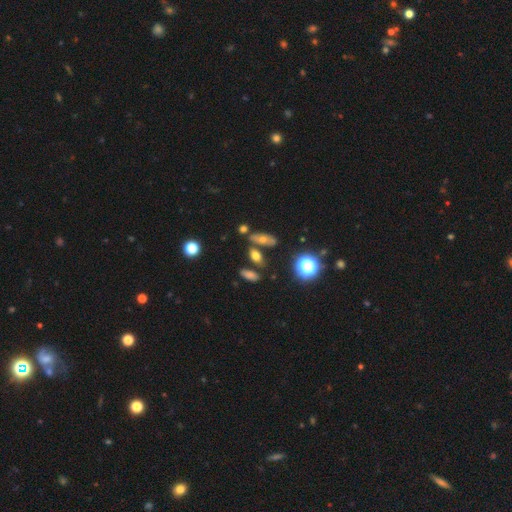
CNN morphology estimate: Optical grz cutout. It shows a smooth galaxy with no disk features (61%) that is in between round and cigar-shaped (66%). Merging: none (73%).